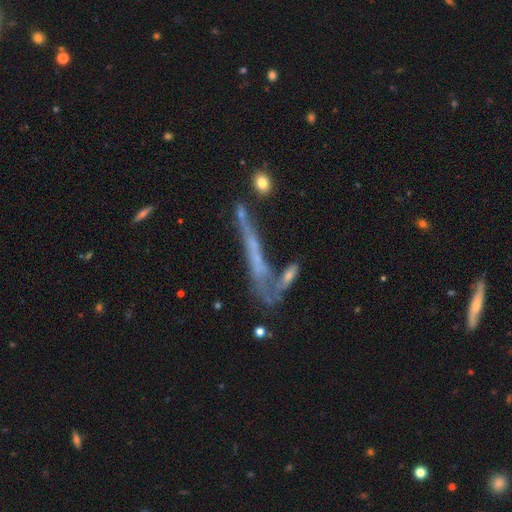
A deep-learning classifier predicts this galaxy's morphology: featured or disk 56%, smooth 27%, star or artifact 17%. Down the decision tree: edge-on disk — yes (62%); merging — none (34%).